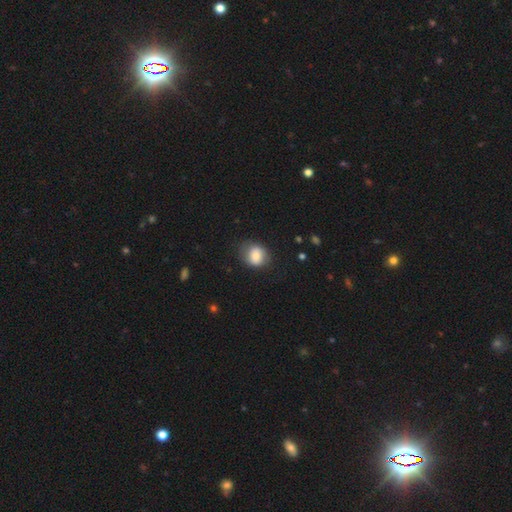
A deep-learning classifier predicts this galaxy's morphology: Smooth or featured? smooth (73%)
How rounded? round (63%)
Merging? none (70%)